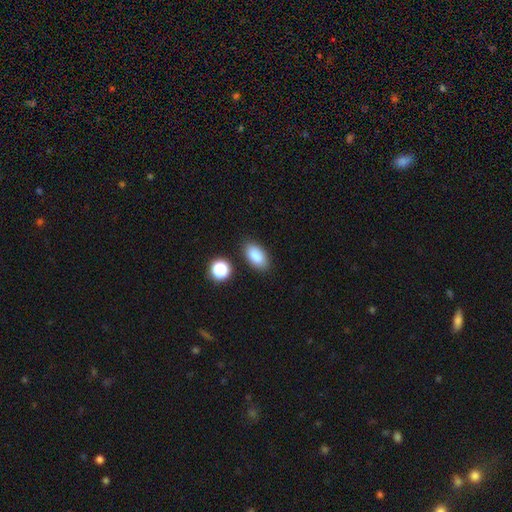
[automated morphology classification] Smooth or featured: smooth — 86% (star or artifact — 9%)
How rounded: in between — 92% (round — 5%)
Merging: none — 85% (minor disturbance — 9%)